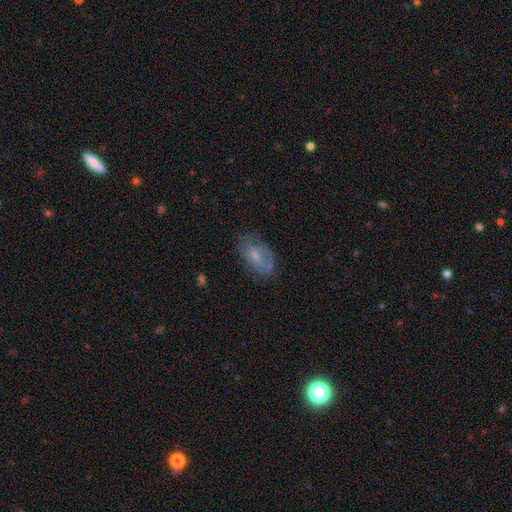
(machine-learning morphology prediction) Smooth or featured?
  - featured or disk: 50% *
  - smooth: 42%
  - star or artifact: 8%
Merging?
  - none: 59% *
  - minor disturbance: 25%
  - major disturbance: 14%
  - merger: 2%